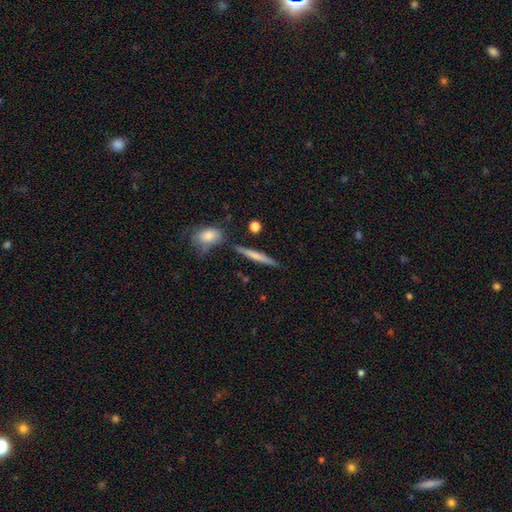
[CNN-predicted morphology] This appears to be a smooth galaxy with no disk features (58%) that is cigar-shaped (92%). Merging: none (81%).